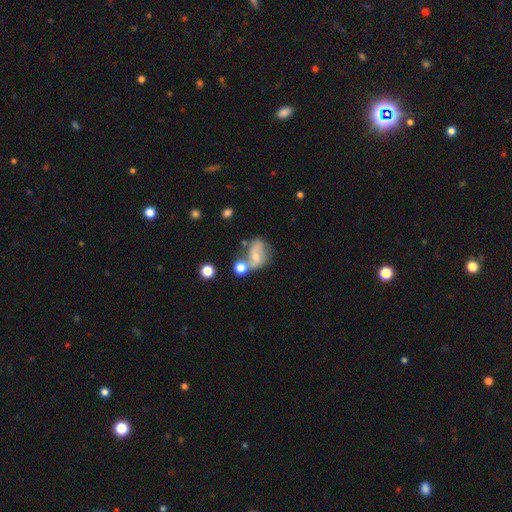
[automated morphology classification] This appears to be a featured or disk galaxy (47%). Merging: none (34%).